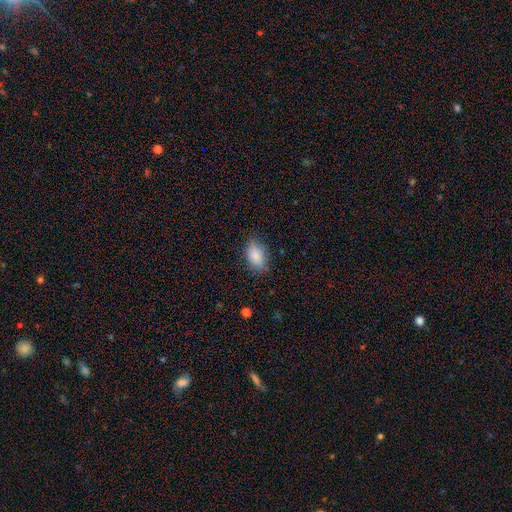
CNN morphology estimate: type=smooth (85%); roundness=in between (90%); merging=none (75%).